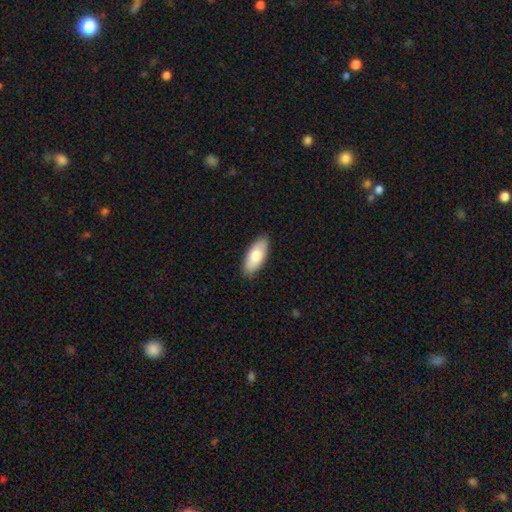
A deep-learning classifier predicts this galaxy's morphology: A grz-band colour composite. It shows a smooth galaxy with no disk features (78%) that is in between round and cigar-shaped (85%). Merging: none (88%).